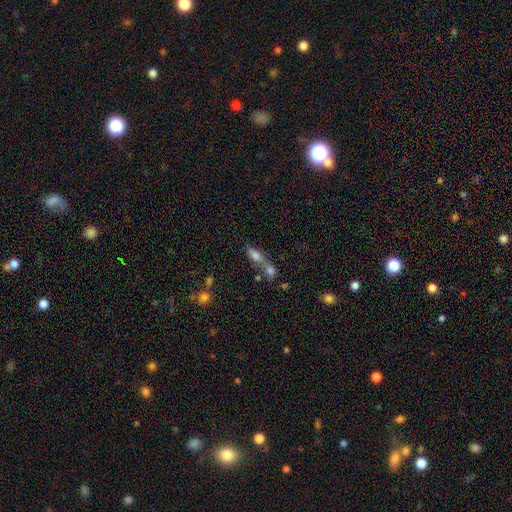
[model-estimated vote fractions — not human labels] Smooth or featured: smooth — 70% (featured or disk — 18%)
How rounded: in between — 68% (cigar-shaped — 23%)
Merging: merger — 59% (none — 26%)